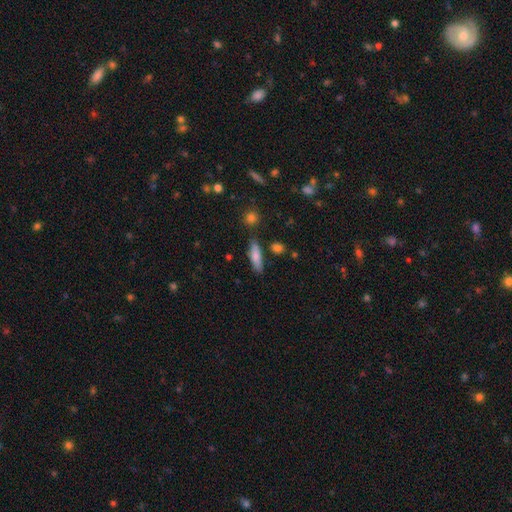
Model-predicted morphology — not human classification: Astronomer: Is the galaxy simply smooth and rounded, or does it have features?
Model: smooth — 78%.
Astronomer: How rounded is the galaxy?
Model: cigar-shaped — 60% (runner-up: in between, 38%).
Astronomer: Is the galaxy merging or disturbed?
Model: none — 78%.